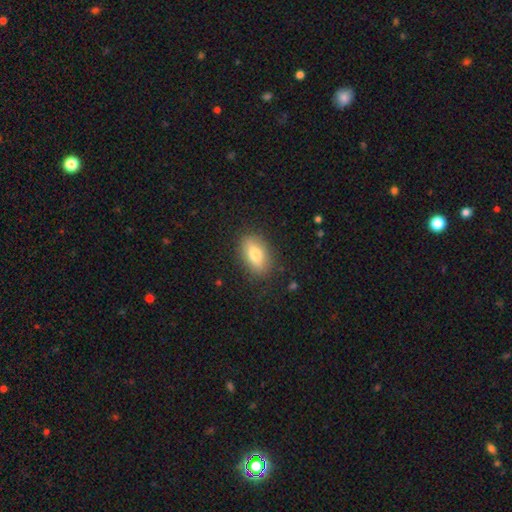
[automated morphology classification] type=smooth (71%); roundness=in between (84%); merging=none (85%).